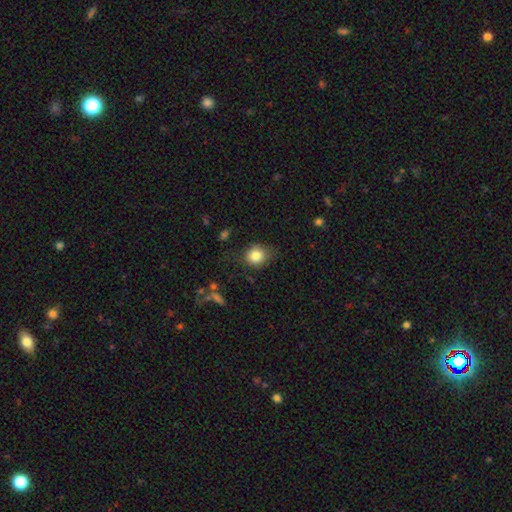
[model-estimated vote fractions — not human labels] Q: Smooth or featured?
A: smooth (83%); runner-up: star or artifact (10%)
Q: How rounded?
A: round (75%); runner-up: in between (24%)
Q: Merging?
A: none (69%); runner-up: minor disturbance (22%)